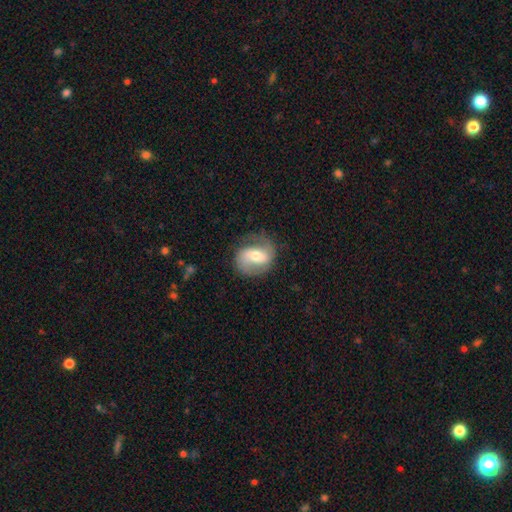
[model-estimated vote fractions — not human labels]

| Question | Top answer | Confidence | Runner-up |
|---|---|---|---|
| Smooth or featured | featured or disk | 66% | smooth (27%) |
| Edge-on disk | no | 96% | yes (4%) |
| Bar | weak | 40% | strong (31%) |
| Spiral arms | yes | 84% | no (16%) |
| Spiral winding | medium | 45% | loose (32%) |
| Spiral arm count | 2 | 80% | 1 (9%) |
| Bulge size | moderate | 63% | small (27%) |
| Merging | none | 67% | minor disturbance (20%) |